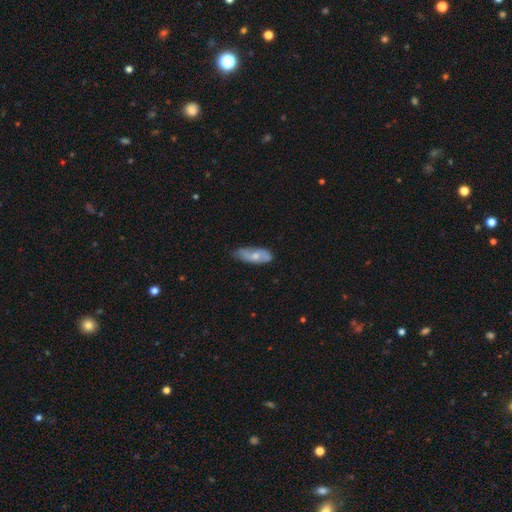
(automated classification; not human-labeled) A smooth galaxy with no disk features (58%) that is in between round and cigar-shaped (73%).

Vote fractions:
- Smooth or featured? smooth: 58% / featured or disk: 36% / star or artifact: 6%
- How rounded? in between: 73% / cigar-shaped: 24% / round: 3%
- Merging? none: 60% / minor disturbance: 32% / major disturbance: 6% / merger: 2%